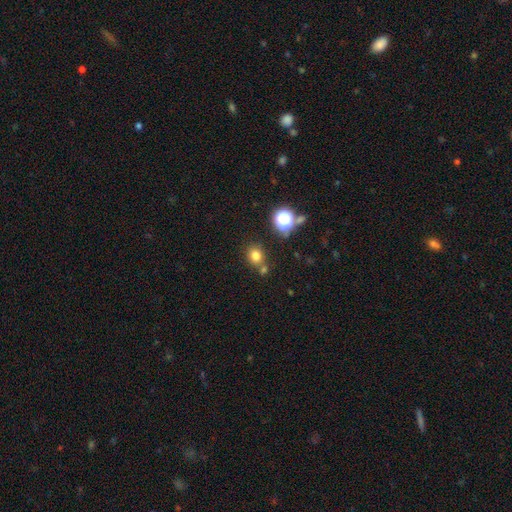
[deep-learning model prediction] A smooth galaxy with no disk features (76%) that is round (71%). Merging: none (68%).